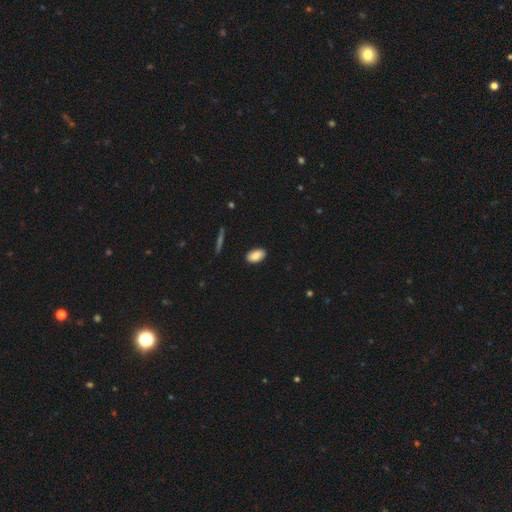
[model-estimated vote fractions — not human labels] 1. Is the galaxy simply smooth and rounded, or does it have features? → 87% smooth, 7% star or artifact, 6% featured or disk.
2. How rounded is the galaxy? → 93% in between, 4% round, 2% cigar-shaped.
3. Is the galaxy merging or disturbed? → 88% none, 9% minor disturbance, 2% major disturbance, 1% merger.